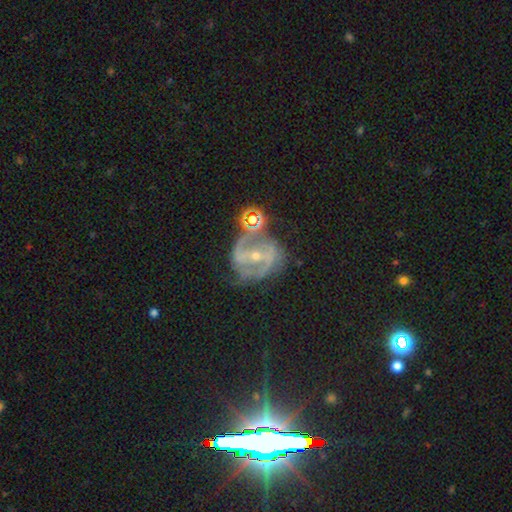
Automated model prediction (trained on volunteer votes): Morphology: type=featured or disk (77%); edge-on=no (96%); bar=strong (50%); spiral arms=yes (91%); winding=medium (51%); arm count=2 (80%); bulge=small (66%); merging=none (59%).